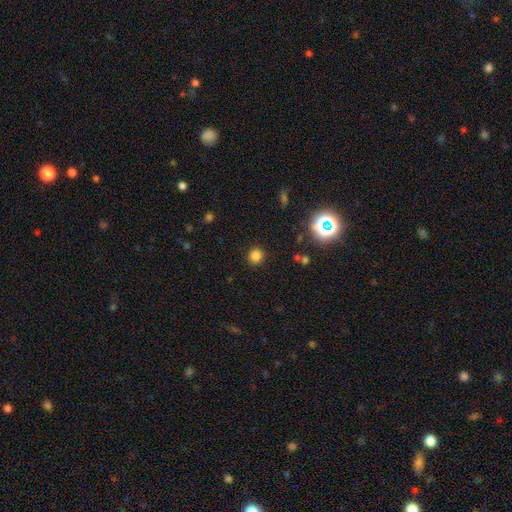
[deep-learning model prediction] The model was most divided on "smooth or featured": smooth: 79%, star or artifact: 17%, featured or disk: 4%. More confident: how rounded — round (90%); merging — none (90%).